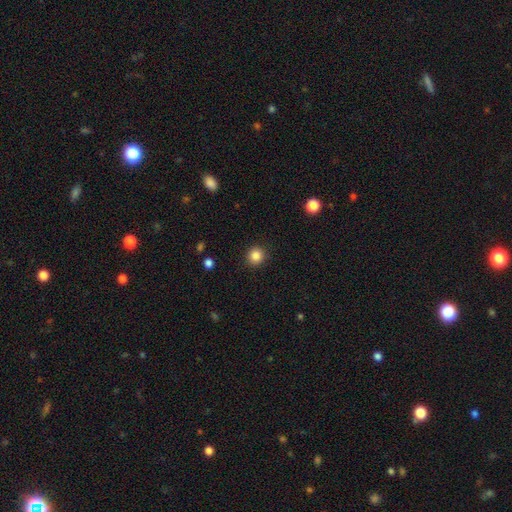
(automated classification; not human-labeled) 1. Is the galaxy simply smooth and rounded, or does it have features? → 85% smooth, 11% star or artifact, 4% featured or disk.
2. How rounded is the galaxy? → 92% round, 7% in between, 1% cigar-shaped.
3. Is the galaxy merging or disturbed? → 92% none, 5% minor disturbance, 2% major disturbance, 1% merger.